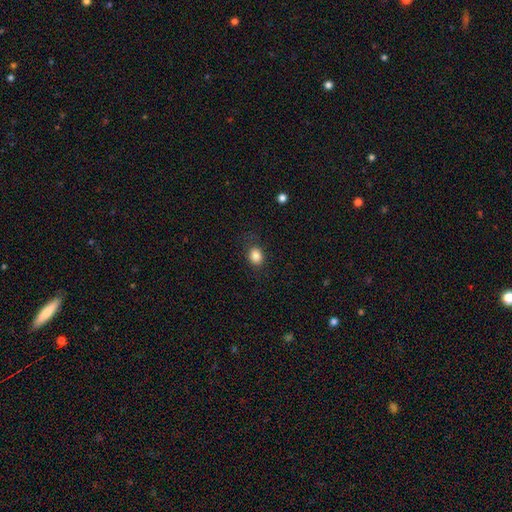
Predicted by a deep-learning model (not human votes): Q: Smooth or featured?
A: smooth (85%); runner-up: star or artifact (10%)
Q: How rounded?
A: in between (52%); runner-up: round (47%)
Q: Merging?
A: none (79%); runner-up: minor disturbance (14%)